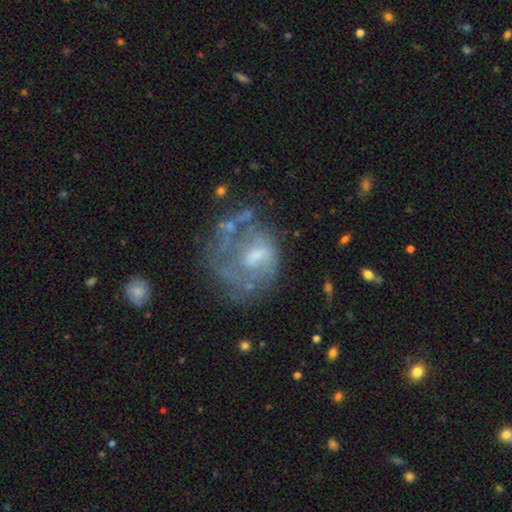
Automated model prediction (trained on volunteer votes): Morphology: type=featured or disk (64%); edge-on=no (97%); bar=no (54%); spiral arms=no (59%); bulge=moderate (43%); merging=none (40%).